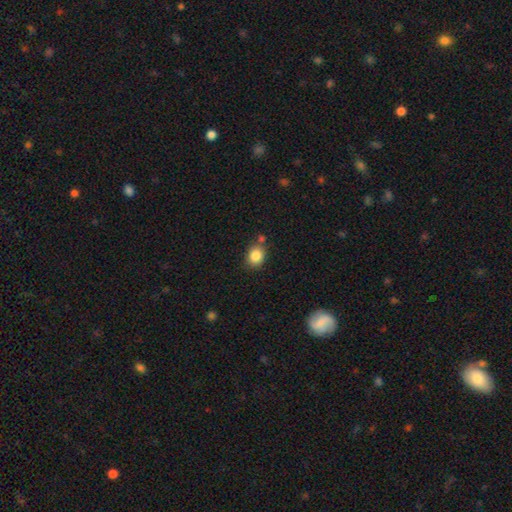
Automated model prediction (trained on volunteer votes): The model was most divided on "how rounded": round: 60%, in between: 39%, cigar-shaped: 1%. More confident: smooth or featured — smooth (85%); merging — none (72%).